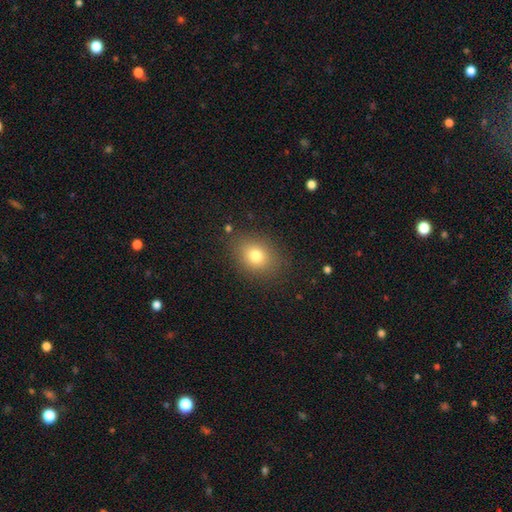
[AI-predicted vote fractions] Smooth or featured?
  - smooth: 77% *
  - star or artifact: 12%
  - featured or disk: 10%
How rounded?
  - round: 51% *
  - in between: 47%
  - cigar-shaped: 1%
Merging?
  - none: 84% *
  - minor disturbance: 10%
  - major disturbance: 4%
  - merger: 2%